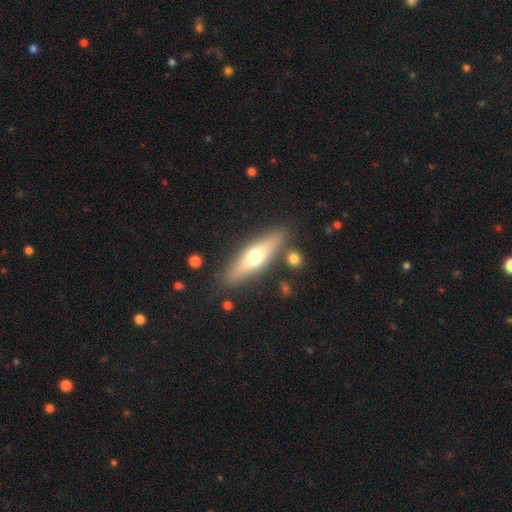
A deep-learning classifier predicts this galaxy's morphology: Smooth or featured: featured or disk — 58% (smooth — 32%)
Edge-on disk: yes — 80% (no — 20%)
Merging: none — 81% (minor disturbance — 11%)